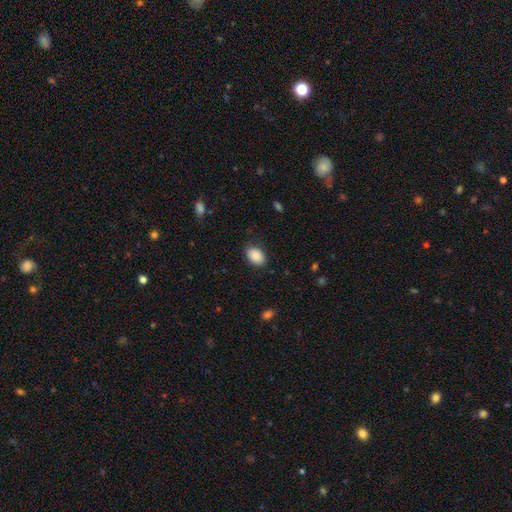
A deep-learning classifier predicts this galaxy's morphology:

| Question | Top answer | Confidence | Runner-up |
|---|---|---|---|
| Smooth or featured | smooth | 89% | star or artifact (7%) |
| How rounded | in between | 84% | round (15%) |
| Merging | none | 85% | minor disturbance (11%) |